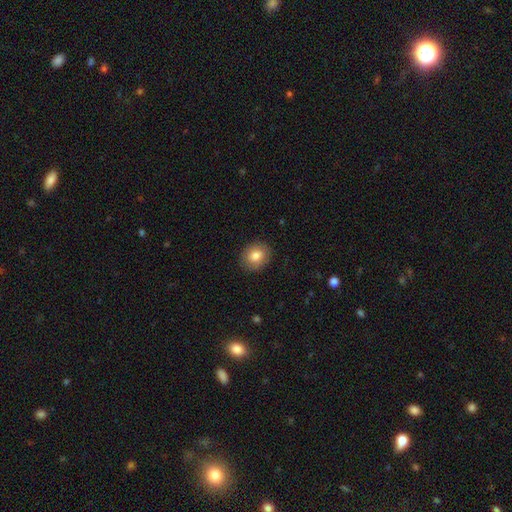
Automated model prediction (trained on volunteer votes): A smooth galaxy with no disk features (81%) that is round (66%).

Vote fractions:
- Smooth or featured? smooth: 81% / featured or disk: 10% / star or artifact: 8%
- How rounded? round: 66% / in between: 34% / cigar-shaped: 1%
- Merging? none: 89% / minor disturbance: 8% / major disturbance: 2% / merger: 1%